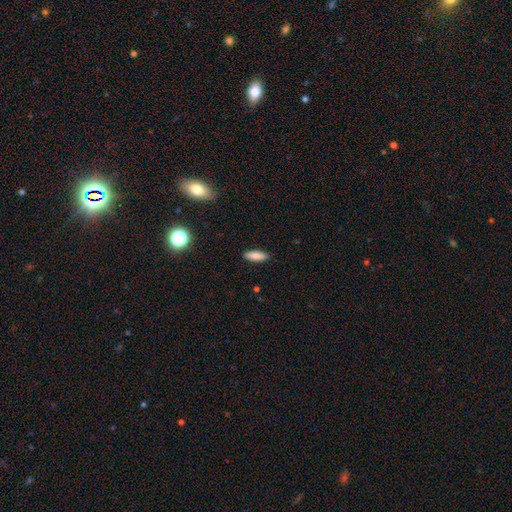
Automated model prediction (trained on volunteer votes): Smooth or featured? smooth (84%)
How rounded? in between (58%)
Merging? none (90%)